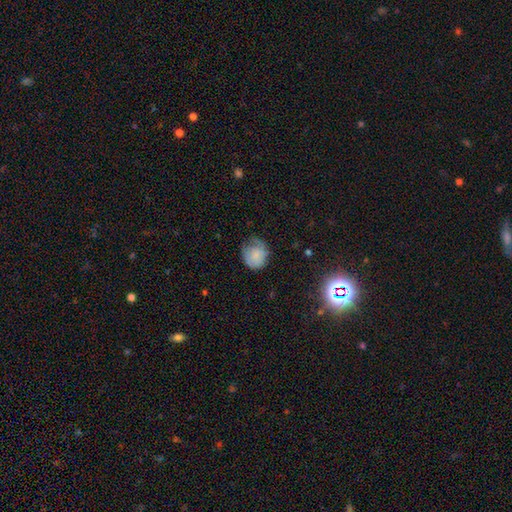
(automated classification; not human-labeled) smooth-or-featured: smooth: 73% | featured or disk: 18% | star or artifact: 9%
  how-rounded: round: 77% | in between: 22% | cigar-shaped: 1%
  merging: none: 46% | minor disturbance: 36% | major disturbance: 17% | merger: 2%